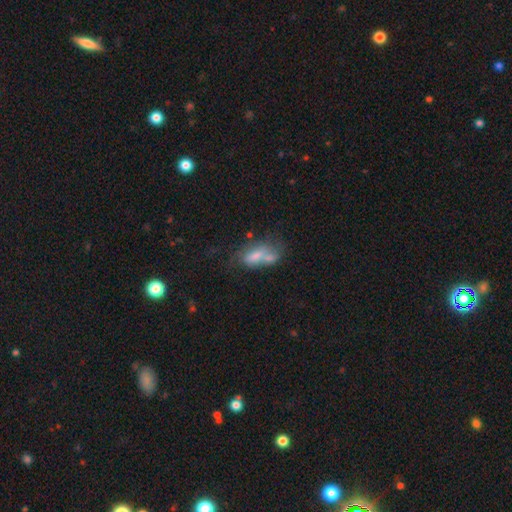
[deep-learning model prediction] smooth_or_featured: smooth (p=0.59) [alt: featured or disk p=0.29]
how_rounded: in between (p=0.80) [alt: cigar-shaped p=0.14]
merging: merger (p=0.39) [alt: none p=0.29]